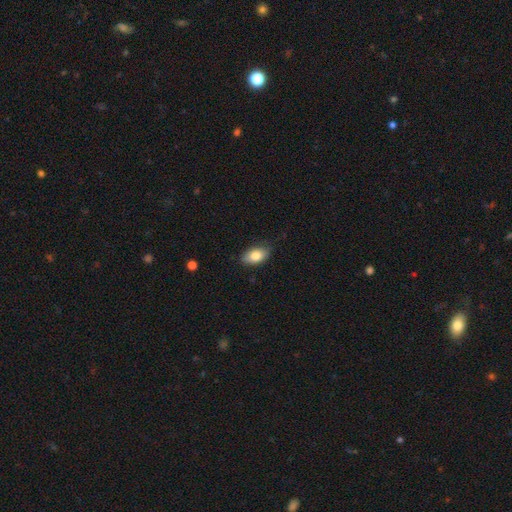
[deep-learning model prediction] Q: Smooth or featured?
A: smooth (82%); runner-up: featured or disk (11%)
Q: How rounded?
A: in between (89%); runner-up: round (8%)
Q: Merging?
A: none (80%); runner-up: minor disturbance (17%)